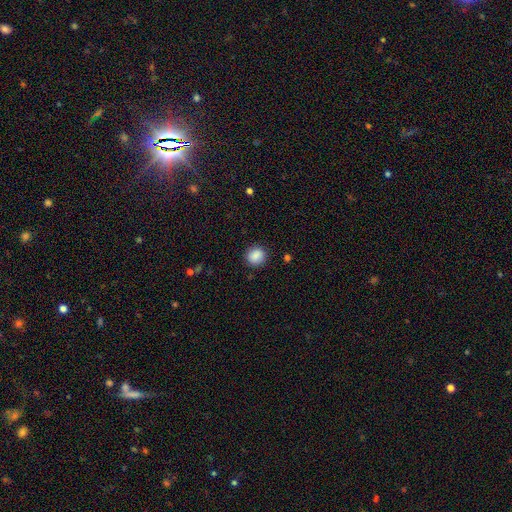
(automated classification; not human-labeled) This appears to be a smooth galaxy with no disk features (88%) that is round (87%). Merging: none (89%).